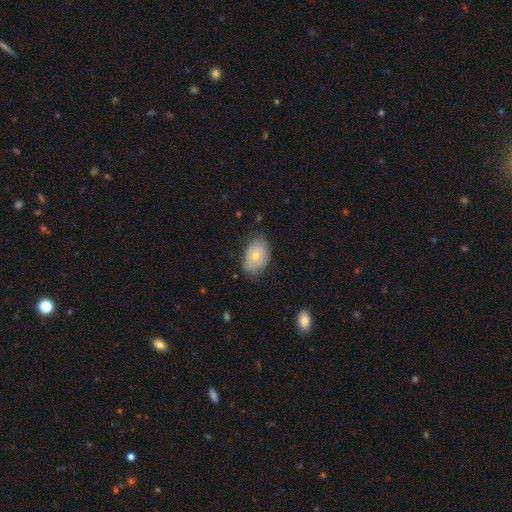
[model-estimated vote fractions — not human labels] This appears to be a smooth galaxy with no disk features (54%) that is in between round and cigar-shaped (80%). Merging: none (66%).